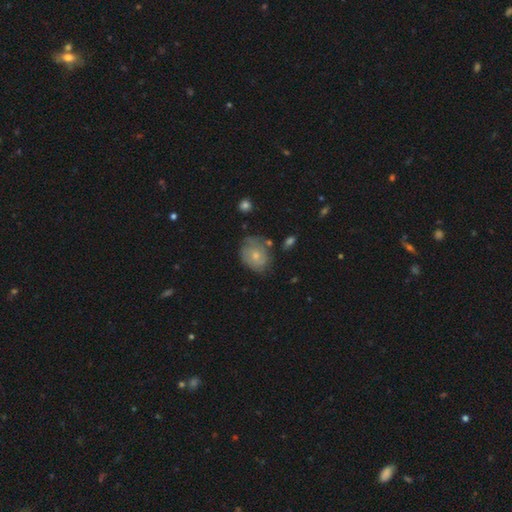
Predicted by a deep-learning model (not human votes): smooth 56%, featured or disk 36%, star or artifact 8%. Down the decision tree: how rounded — round (53%); merging — none (60%).